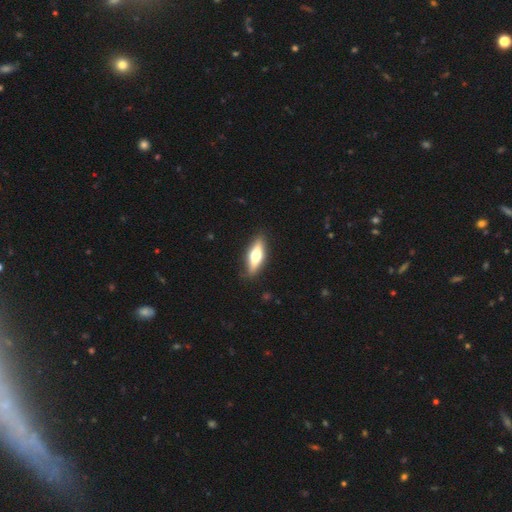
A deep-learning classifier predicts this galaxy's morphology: smooth-or-featured: smooth: 49% | featured or disk: 45% | star or artifact: 6%
  merging: none: 87% | minor disturbance: 10% | major disturbance: 2% | merger: 1%